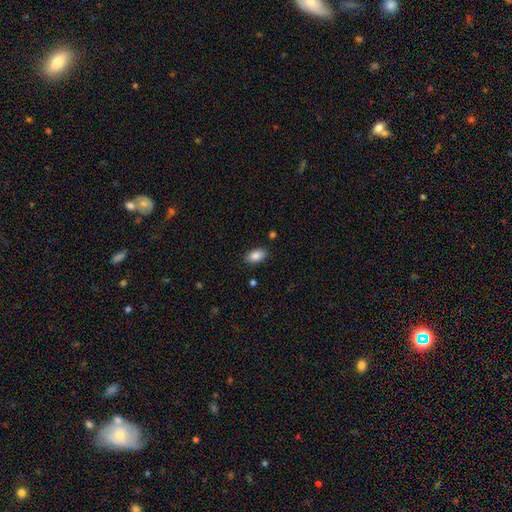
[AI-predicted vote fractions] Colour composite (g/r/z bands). It shows a smooth galaxy with no disk features (87%) that is in between round and cigar-shaped (92%). Merging: none (86%).